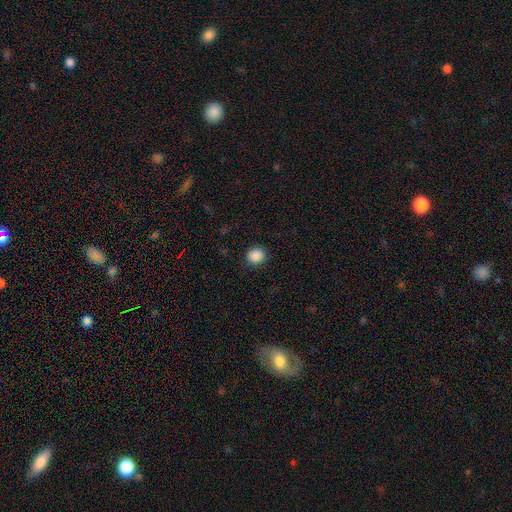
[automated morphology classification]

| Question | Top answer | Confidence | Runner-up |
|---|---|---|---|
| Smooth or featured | smooth | 88% | star or artifact (9%) |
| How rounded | round | 84% | in between (15%) |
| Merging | none | 88% | minor disturbance (9%) |